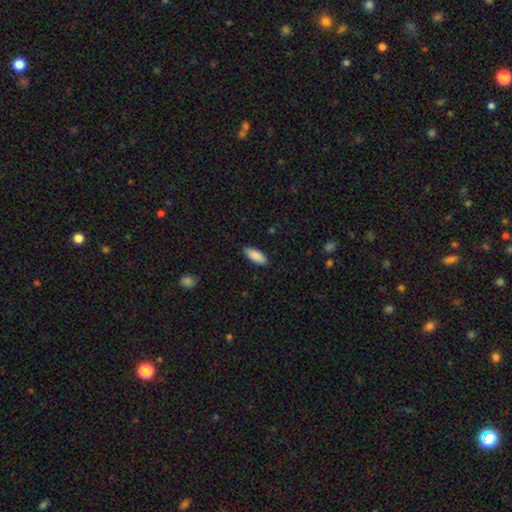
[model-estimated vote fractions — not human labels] smooth-or-featured: smooth: 89% | star or artifact: 6% | featured or disk: 5%
  how-rounded: in between: 81% | cigar-shaped: 17% | round: 2%
  merging: none: 88% | minor disturbance: 9% | major disturbance: 2% | merger: 1%